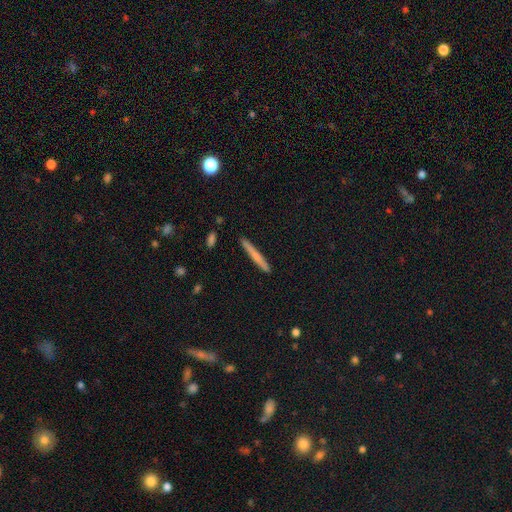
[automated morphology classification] Overall: smooth (62%; featured or disk 32%). How rounded: cigar-shaped (96%). Merging: none (90%).